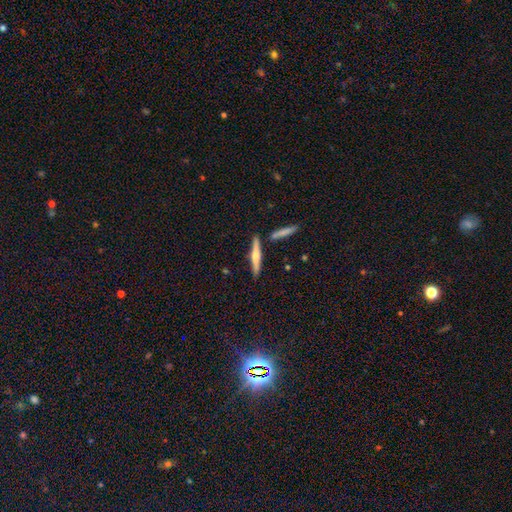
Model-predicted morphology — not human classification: A featured or disk galaxy (54%) viewed edge-on (97%) with a rounded central bulge (82%).

Vote fractions:
- Smooth or featured? featured or disk: 54% / smooth: 40% / star or artifact: 6%
- Edge-on disk? yes: 97% / no: 3%
- Edge-on bulge? rounded: 82% / none: 11% / boxy: 8%
- Merging? none: 83% / minor disturbance: 8% / merger: 7% / major disturbance: 2%